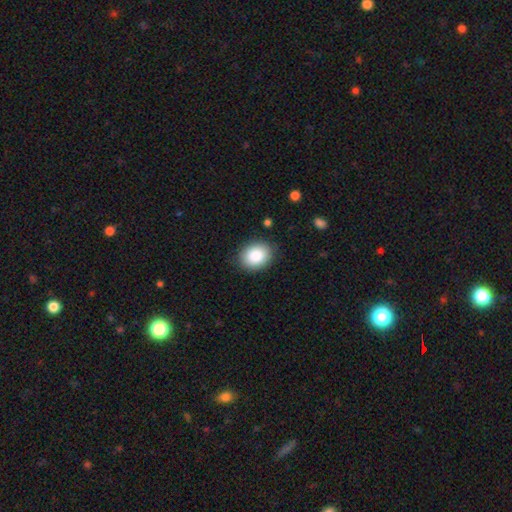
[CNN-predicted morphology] Smooth or featured?
  - smooth: 86% *
  - star or artifact: 8%
  - featured or disk: 6%
How rounded?
  - in between: 53% *
  - round: 46%
  - cigar-shaped: 1%
Merging?
  - none: 87% *
  - minor disturbance: 9%
  - major disturbance: 2%
  - merger: 1%